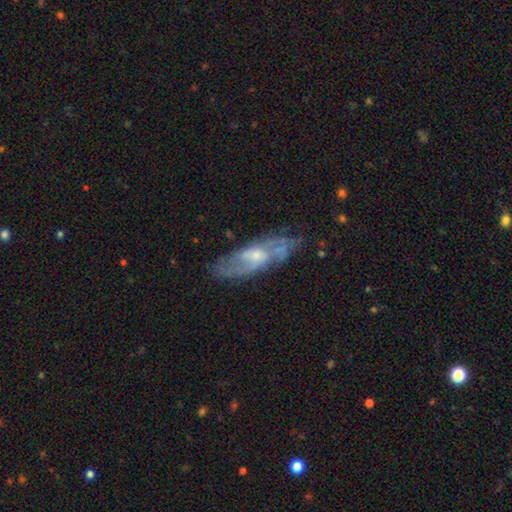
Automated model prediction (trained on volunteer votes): Smooth or featured? Predicted: featured or disk (p=0.77). Edge-on disk? Predicted: no (p=0.84). Bar? Predicted: no (p=0.55). Spiral arms? Predicted: yes (p=0.88). Spiral winding? Predicted: medium (p=0.45). Spiral arm count? Predicted: can't tell (p=0.38). Bulge size? Predicted: small (p=0.54). Merging? Predicted: none (p=0.70).